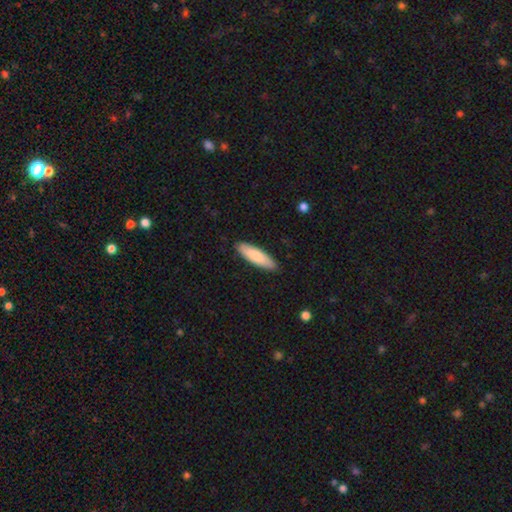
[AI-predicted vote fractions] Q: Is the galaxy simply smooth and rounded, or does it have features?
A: smooth — 81%.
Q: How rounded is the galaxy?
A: cigar-shaped — 58%.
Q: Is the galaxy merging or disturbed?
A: none — 89%.